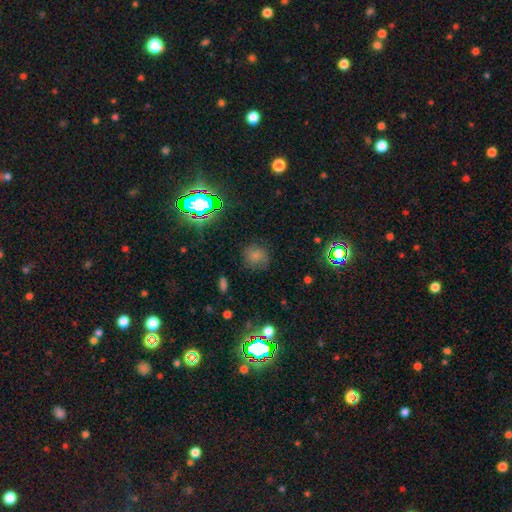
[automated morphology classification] The model was most divided on "smooth or featured": smooth: 68%, star or artifact: 20%, featured or disk: 12%. More confident: how rounded — round (84%); merging — none (75%).